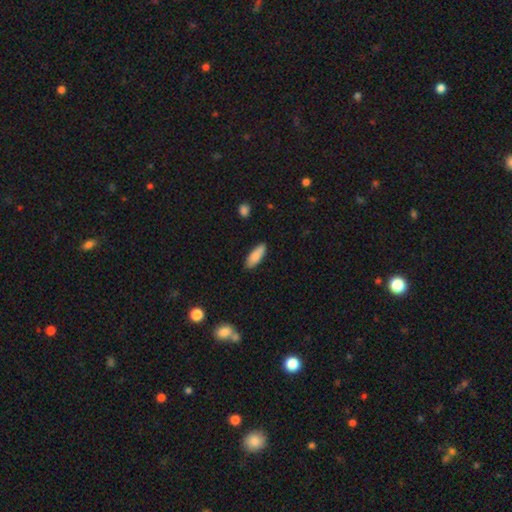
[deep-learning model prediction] Q: Smooth or featured?
A: smooth (85%); runner-up: featured or disk (9%)
Q: How rounded?
A: in between (66%); runner-up: cigar-shaped (32%)
Q: Merging?
A: none (83%); runner-up: minor disturbance (13%)